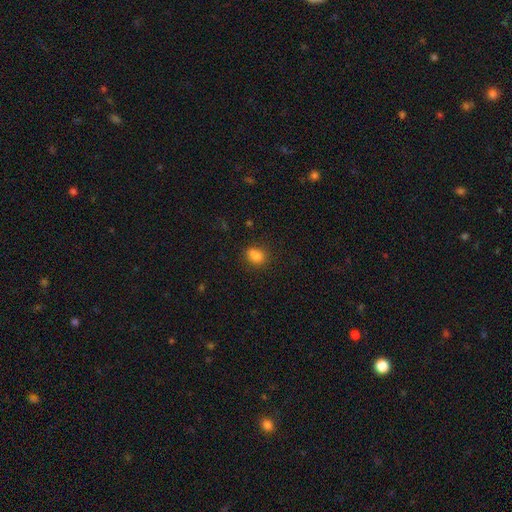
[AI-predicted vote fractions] The model was most divided on "how rounded": in between: 67%, round: 31%, cigar-shaped: 2%. More confident: smooth or featured — smooth (82%); merging — none (69%).